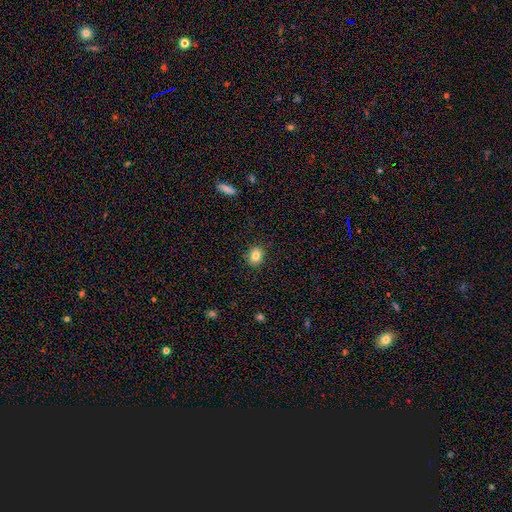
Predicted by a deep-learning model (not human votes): smooth_or_featured: smooth (p=0.83) [alt: star or artifact p=0.10]
how_rounded: round (p=0.55) [alt: in between p=0.44]
merging: none (p=0.89) [alt: minor disturbance p=0.08]